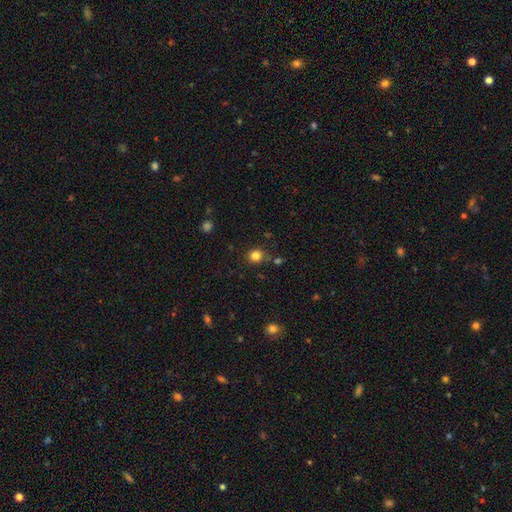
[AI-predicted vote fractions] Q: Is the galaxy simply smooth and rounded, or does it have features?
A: smooth — 82%.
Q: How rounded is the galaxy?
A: round — 88%.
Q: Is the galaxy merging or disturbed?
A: none — 81%.